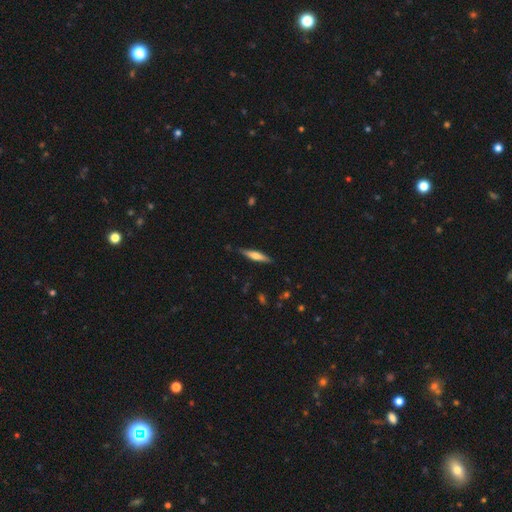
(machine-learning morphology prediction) Smooth or featured? smooth (54%)
How rounded? cigar-shaped (82%)
Merging? none (84%)